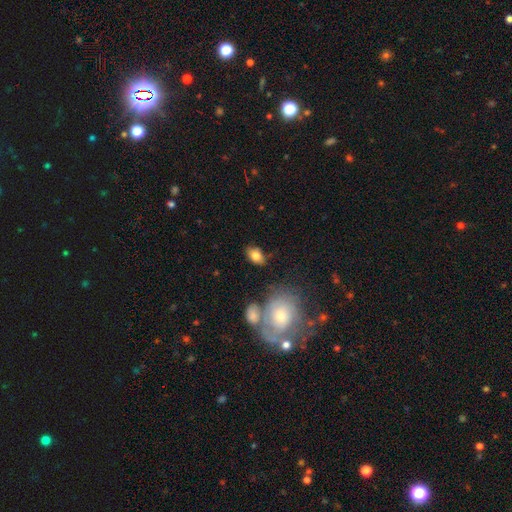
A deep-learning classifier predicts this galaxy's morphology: Q: Smooth or featured?
A: smooth (80%); runner-up: featured or disk (12%)
Q: How rounded?
A: in between (83%); runner-up: round (15%)
Q: Merging?
A: none (75%); runner-up: minor disturbance (15%)